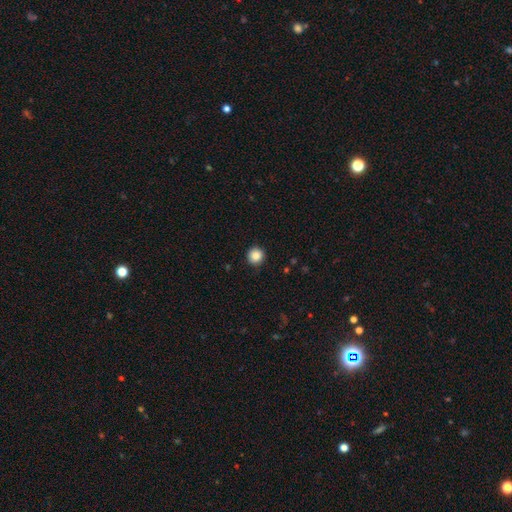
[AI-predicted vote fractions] This appears to be a smooth galaxy with no disk features (87%) that is round (95%). Merging: none (91%).